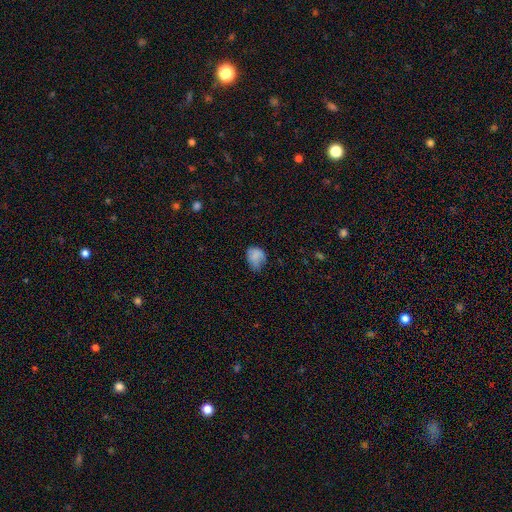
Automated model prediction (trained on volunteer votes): Q: Smooth or featured?
A: smooth (77%); runner-up: featured or disk (13%)
Q: How rounded?
A: in between (59%); runner-up: round (40%)
Q: Merging?
A: none (42%); runner-up: minor disturbance (40%)